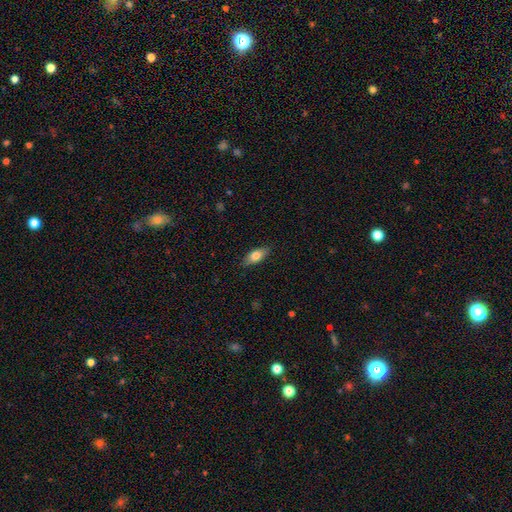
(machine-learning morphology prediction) Smooth or featured? smooth (77%)
How rounded? in between (82%)
Merging? none (86%)